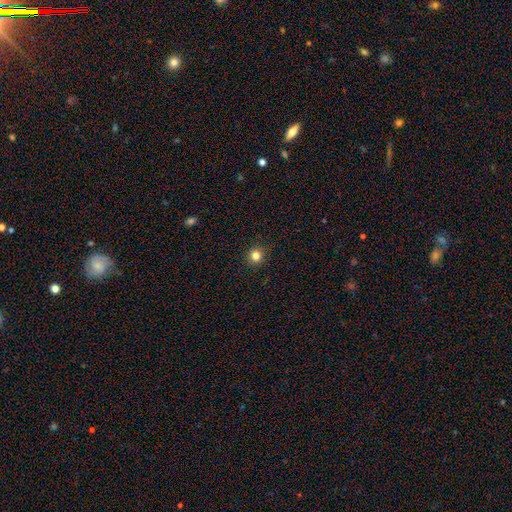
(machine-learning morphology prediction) The model was most divided on "smooth or featured": smooth: 82%, star or artifact: 13%, featured or disk: 5%. More confident: how rounded — round (93%); merging — none (92%).